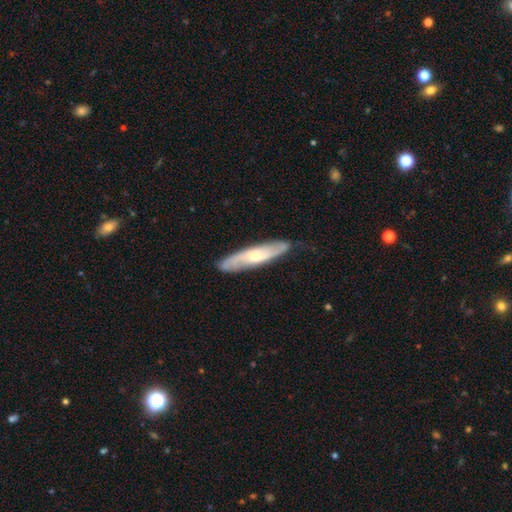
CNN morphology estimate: Smooth or featured? featured or disk (60%)
Edge-on disk? no (56%)
Merging? none (77%)